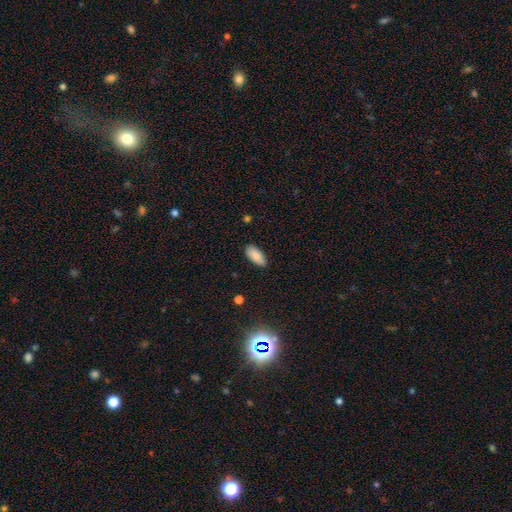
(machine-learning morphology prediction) This is clearly a smooth galaxy (87%). How rounded: clearly in between (90%). Merging: clearly none (85%).